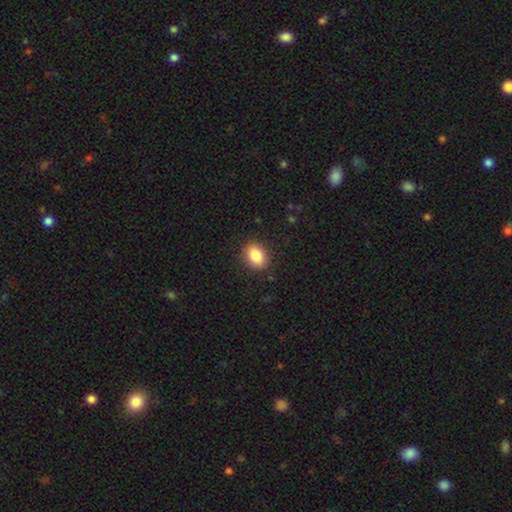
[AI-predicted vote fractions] smooth 86%, star or artifact 8%, featured or disk 5%. Down the decision tree: how rounded — in between (72%); merging — none (88%).